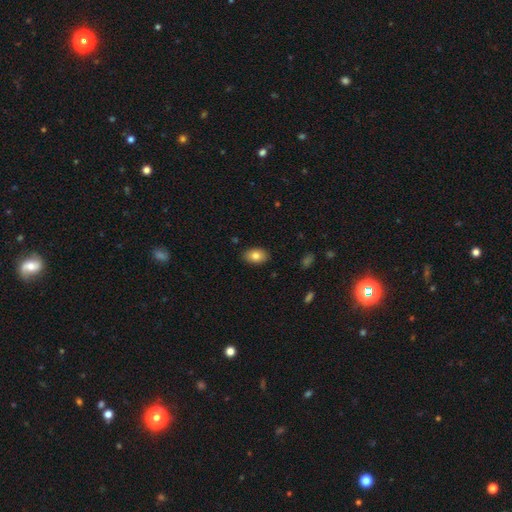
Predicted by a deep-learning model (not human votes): Smooth or featured: smooth — 82% (featured or disk — 10%)
How rounded: in between — 87% (round — 12%)
Merging: none — 88% (minor disturbance — 9%)